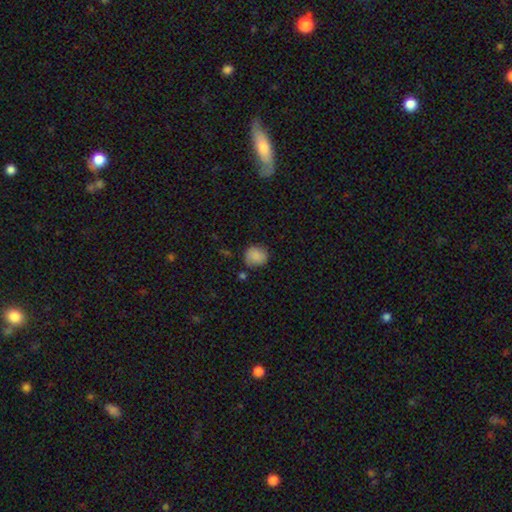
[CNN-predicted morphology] Smooth or featured: smooth — 86% (star or artifact — 9%)
How rounded: round — 79% (in between — 20%)
Merging: none — 74% (minor disturbance — 18%)